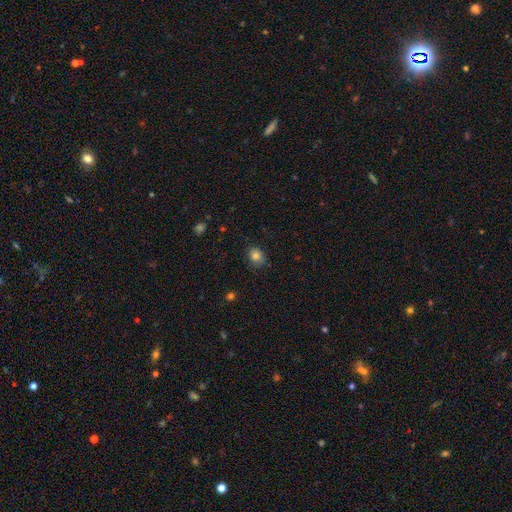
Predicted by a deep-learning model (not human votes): Smooth or featured? Predicted: smooth (p=0.82). How rounded? Predicted: round (p=0.65). Merging? Predicted: none (p=0.80).